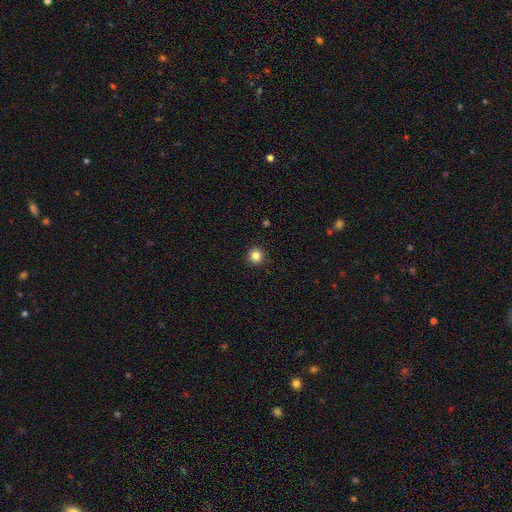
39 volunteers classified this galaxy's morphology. A smooth galaxy with no disk features (87%) that is round (97%).

Vote fractions:
- Smooth or featured? smooth: 87% / featured or disk: 10% / star or artifact: 3%
- How rounded? round: 97% / in between: 3% / cigar-shaped: 0%
- Merging? none: 95% / minor disturbance: 5% / major disturbance: 0% / merger: 0%